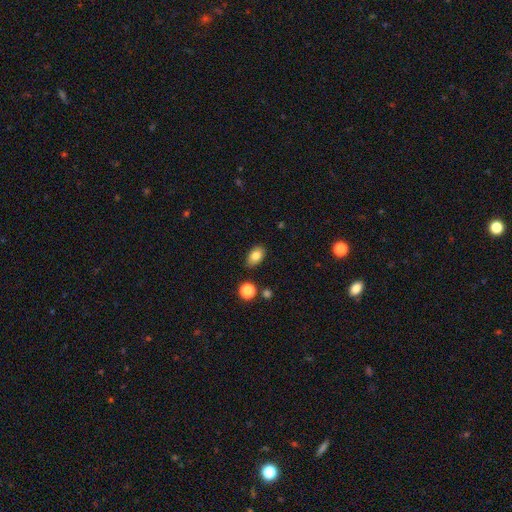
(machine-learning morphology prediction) The model was most divided on "smooth or featured": smooth: 82%, star or artifact: 9%, featured or disk: 9%. More confident: how rounded — in between (88%); merging — none (84%).